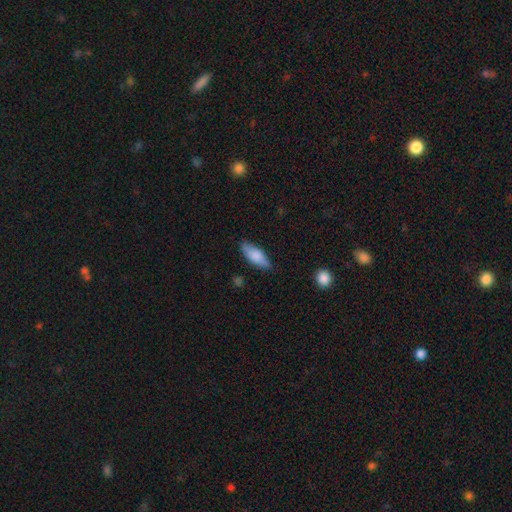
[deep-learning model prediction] Smooth or featured?
  - smooth: 80% *
  - featured or disk: 14%
  - star or artifact: 6%
How rounded?
  - in between: 71% *
  - cigar-shaped: 27%
  - round: 2%
Merging?
  - none: 81% *
  - minor disturbance: 15%
  - major disturbance: 3%
  - merger: 1%